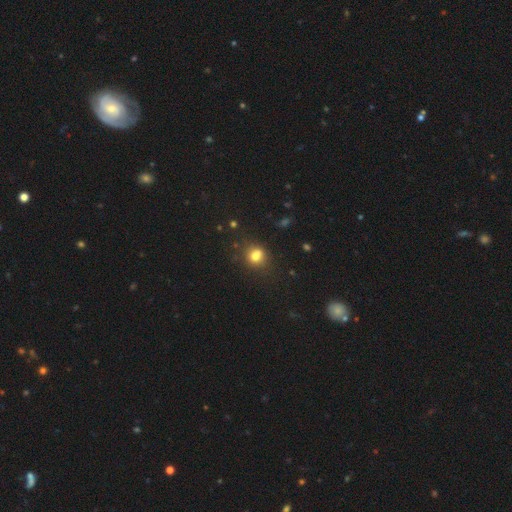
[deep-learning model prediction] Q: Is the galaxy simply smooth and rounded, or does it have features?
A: smooth — 73%.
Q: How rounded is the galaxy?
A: round — 61%.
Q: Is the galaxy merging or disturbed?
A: none — 57%.